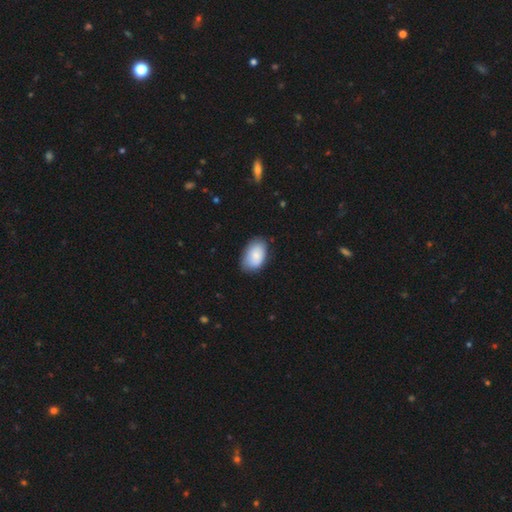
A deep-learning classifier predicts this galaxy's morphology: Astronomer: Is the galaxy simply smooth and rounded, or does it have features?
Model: smooth — 80%.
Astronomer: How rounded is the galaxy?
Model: in between — 91%.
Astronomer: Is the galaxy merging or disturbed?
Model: none — 77%.